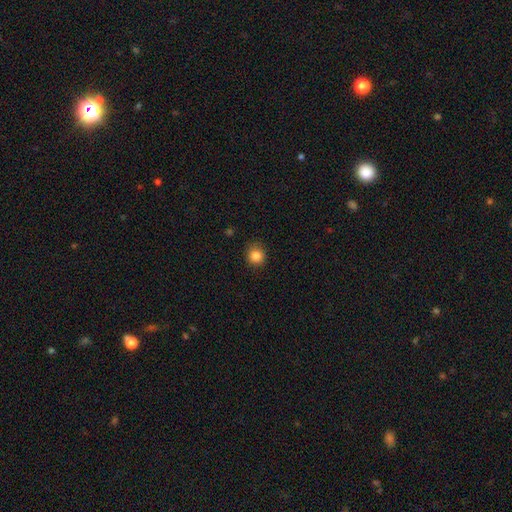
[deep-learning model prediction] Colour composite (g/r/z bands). It shows a smooth galaxy with no disk features (85%) that is round (88%). Merging: none (86%).